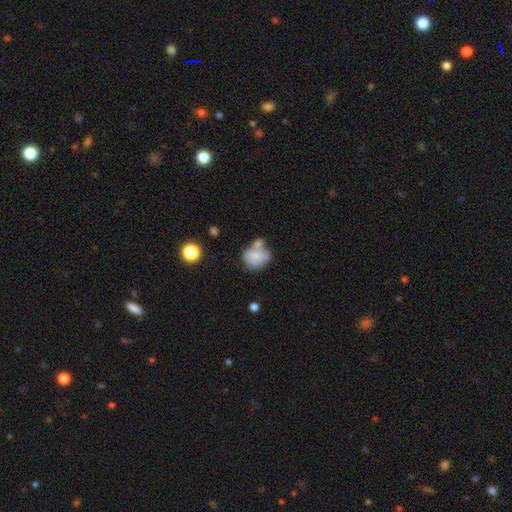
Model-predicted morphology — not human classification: Q: Smooth or featured?
A: smooth (67%); runner-up: featured or disk (24%)
Q: How rounded?
A: round (52%); runner-up: in between (47%)
Q: Merging?
A: merger (40%); runner-up: none (31%)